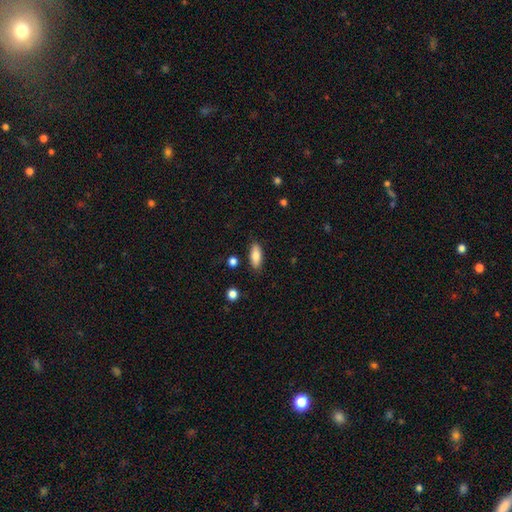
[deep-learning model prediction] smooth_or_featured: smooth (p=0.82) [alt: featured or disk p=0.12]
how_rounded: in between (p=0.75) [alt: cigar-shaped p=0.22]
merging: none (p=0.84) [alt: minor disturbance p=0.11]